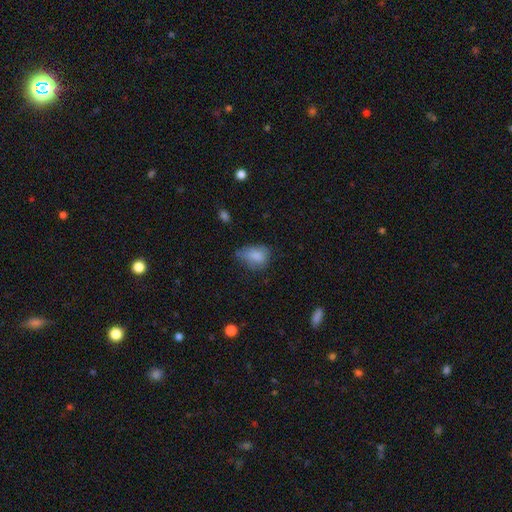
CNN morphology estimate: Q: Smooth or featured?
A: smooth (80%); runner-up: featured or disk (11%)
Q: How rounded?
A: in between (75%); runner-up: round (23%)
Q: Merging?
A: minor disturbance (43%); runner-up: none (38%)